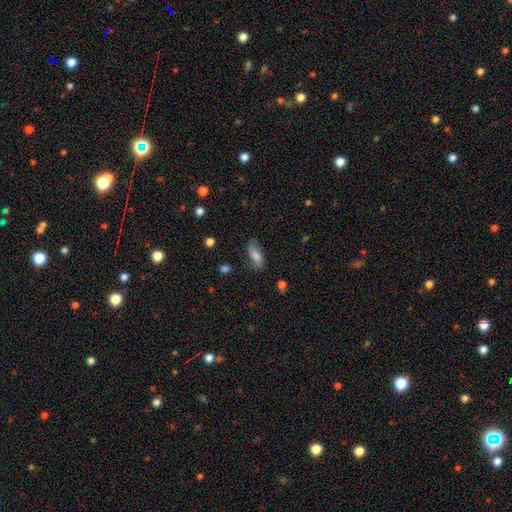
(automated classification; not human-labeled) The model was most divided on "merging": none: 68%, minor disturbance: 23%, major disturbance: 7%, merger: 2%. More confident: how rounded — in between (78%); smooth or featured — smooth (69%).